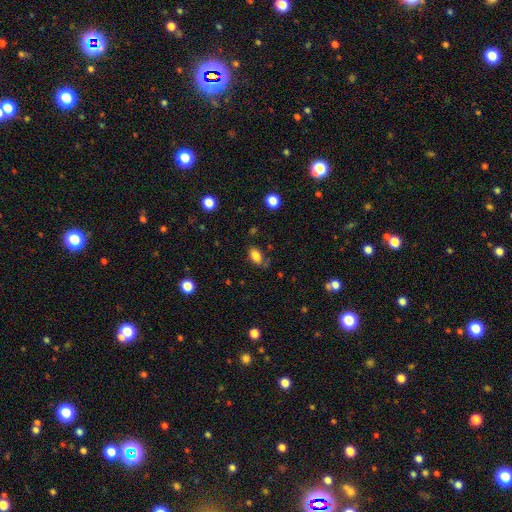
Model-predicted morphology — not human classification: A smooth galaxy with no disk features (83%) that is in between round and cigar-shaped (90%). Merging: none (68%).